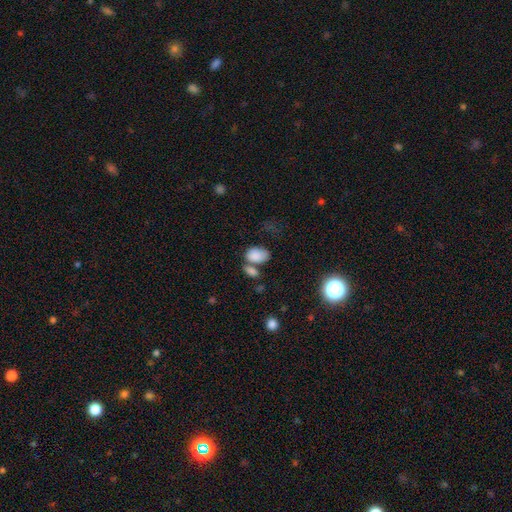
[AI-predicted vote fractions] Smooth or featured? smooth (84%)
How rounded? in between (86%)
Merging? none (39%)